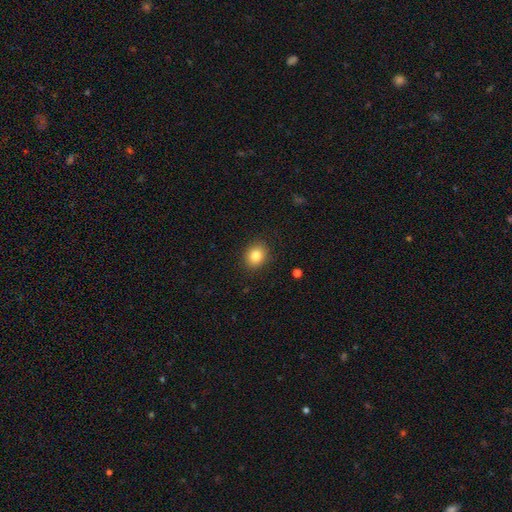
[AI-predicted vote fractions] This appears to be a smooth galaxy with no disk features (84%) that is round (62%). Merging: none (89%).